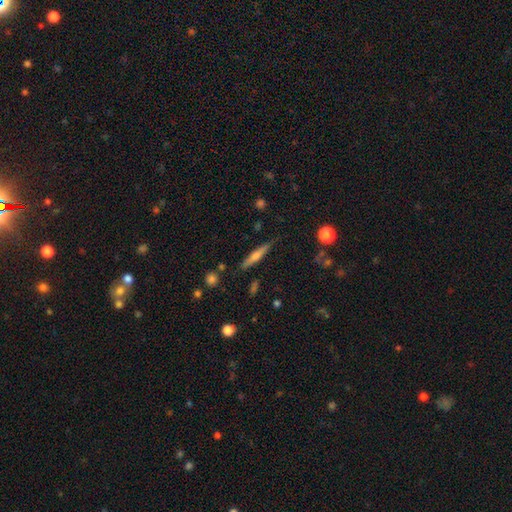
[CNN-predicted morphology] Smooth or featured? featured or disk (52%)
Edge-on disk? yes (95%)
Merging? none (85%)